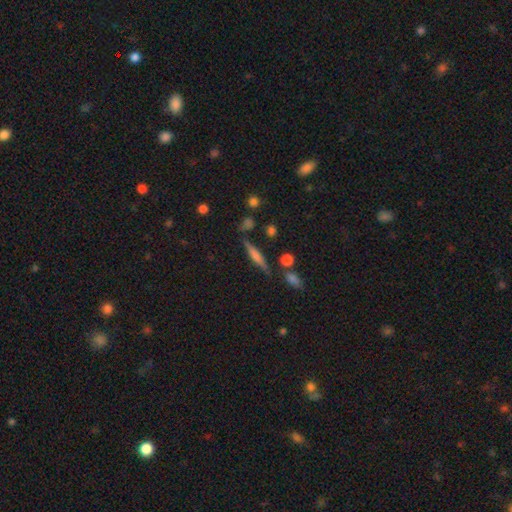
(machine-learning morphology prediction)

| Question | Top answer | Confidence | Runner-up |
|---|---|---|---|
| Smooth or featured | featured or disk | 55% | smooth (35%) |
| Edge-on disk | yes | 95% | no (5%) |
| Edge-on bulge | rounded | 61% | none (21%) |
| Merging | none | 80% | minor disturbance (11%) |